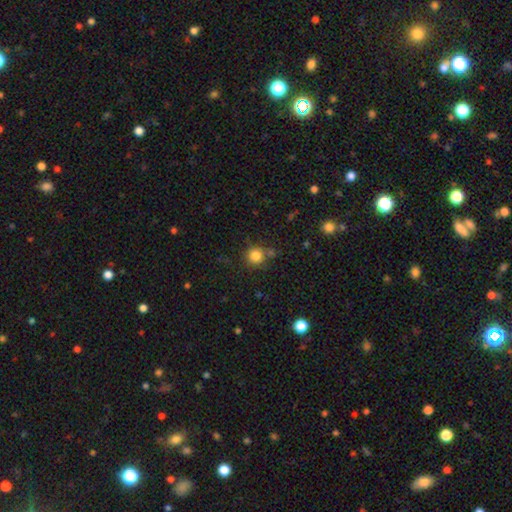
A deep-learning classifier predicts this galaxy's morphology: smooth_or_featured: smooth (p=0.83) [alt: star or artifact p=0.12]
how_rounded: round (p=0.92) [alt: in between p=0.07]
merging: none (p=0.74) [alt: minor disturbance p=0.12]